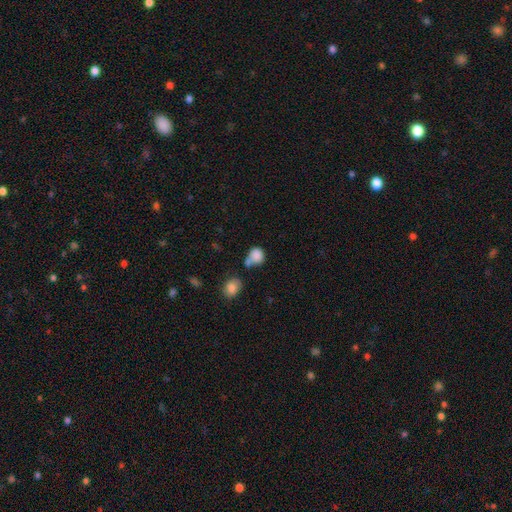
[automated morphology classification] Overall: smooth (84%). How rounded: round (69%; in between 30%). Merging: none (39%; merger 31%).